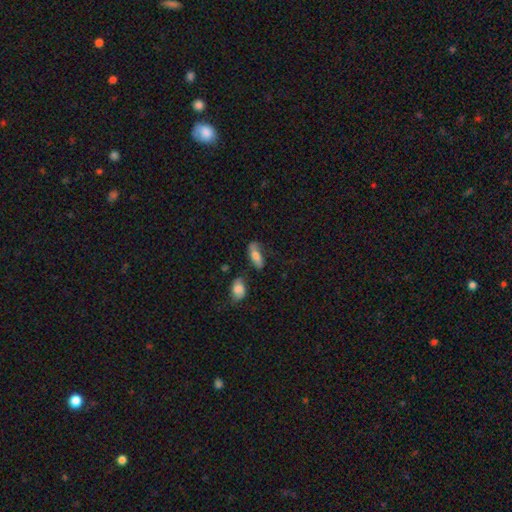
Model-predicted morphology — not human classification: The model was most divided on "merging": none: 56%, minor disturbance: 27%, major disturbance: 12%, merger: 6%. More confident: how rounded — in between (72%); smooth or featured — smooth (66%).